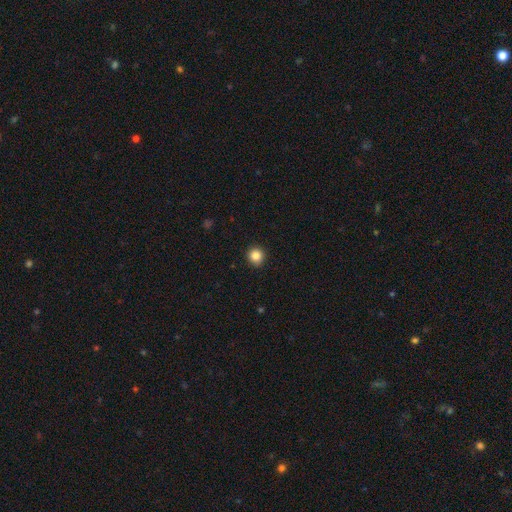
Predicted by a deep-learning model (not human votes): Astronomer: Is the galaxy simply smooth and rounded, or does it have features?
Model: smooth — 85%.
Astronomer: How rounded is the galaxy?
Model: round — 93%.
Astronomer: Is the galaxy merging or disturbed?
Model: none — 92%.